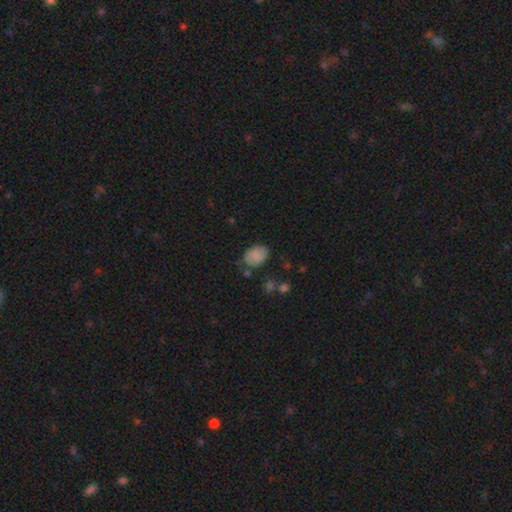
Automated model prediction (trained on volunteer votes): Smooth or featured? smooth (76%)
How rounded? in between (71%)
Merging? none (67%)